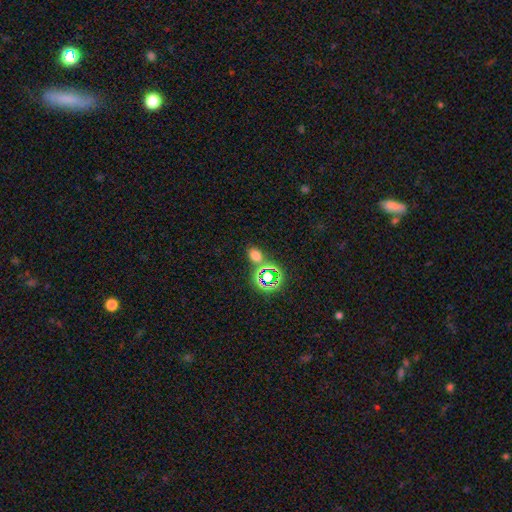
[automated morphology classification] Smooth or featured? smooth (62%)
How rounded? in between (63%)
Merging? none (72%)